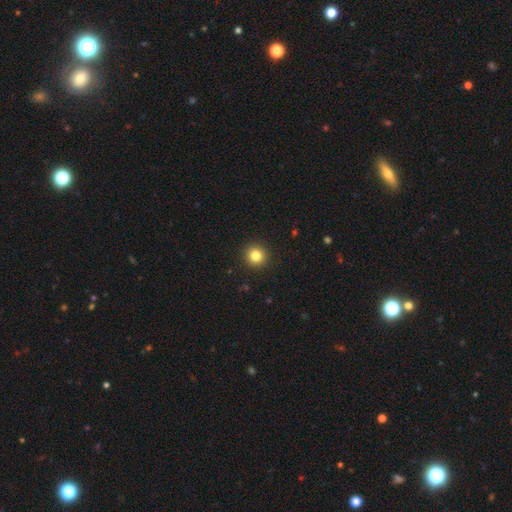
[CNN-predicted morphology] Smooth or featured? smooth (82%)
How rounded? round (95%)
Merging? none (93%)